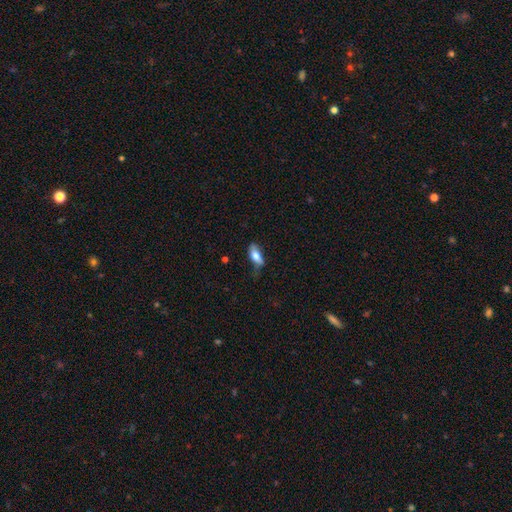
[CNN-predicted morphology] This is likely a smooth galaxy (73%). How rounded: likely in between (77%). Merging: possibly none (52%).